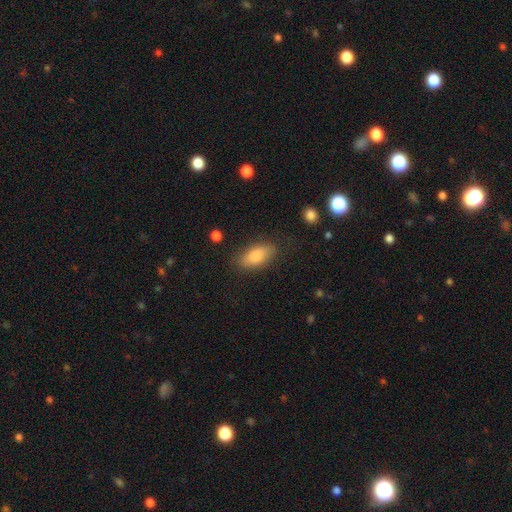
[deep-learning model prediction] smooth_or_featured: smooth (p=0.82) [alt: featured or disk p=0.11]
how_rounded: in between (p=0.87) [alt: cigar-shaped p=0.09]
merging: none (p=0.82) [alt: minor disturbance p=0.13]